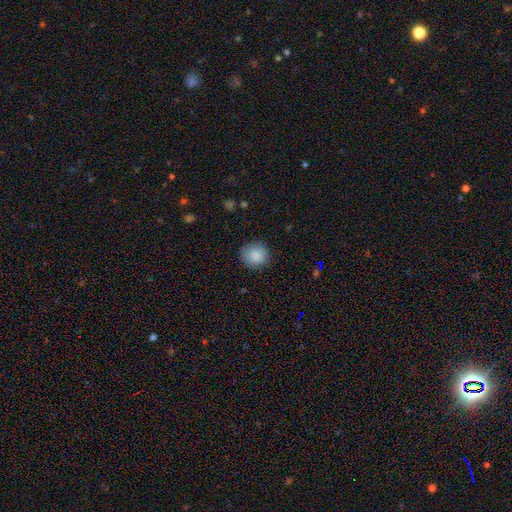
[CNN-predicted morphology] This appears to be a smooth galaxy with no disk features (87%) that is round (91%). Merging: none (86%).